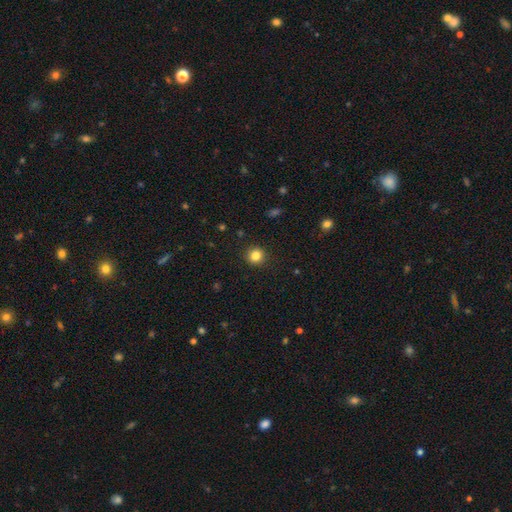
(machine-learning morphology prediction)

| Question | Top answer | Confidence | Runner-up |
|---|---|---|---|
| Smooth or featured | smooth | 83% | star or artifact (12%) |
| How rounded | round | 92% | in between (7%) |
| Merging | none | 91% | minor disturbance (6%) |